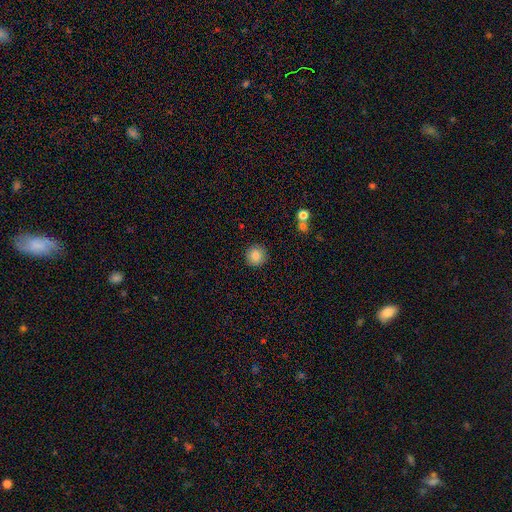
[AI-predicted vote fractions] Smooth or featured? Predicted: smooth (p=0.84). How rounded? Predicted: round (p=0.94). Merging? Predicted: none (p=0.90).